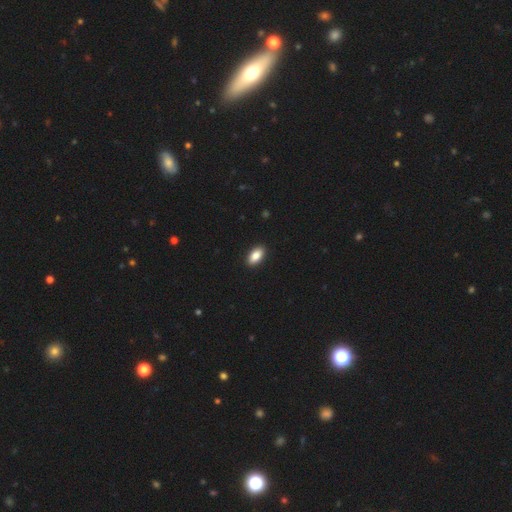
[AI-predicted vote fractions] This appears to be a smooth galaxy with no disk features (87%) that is in between round and cigar-shaped (93%). Merging: none (92%).